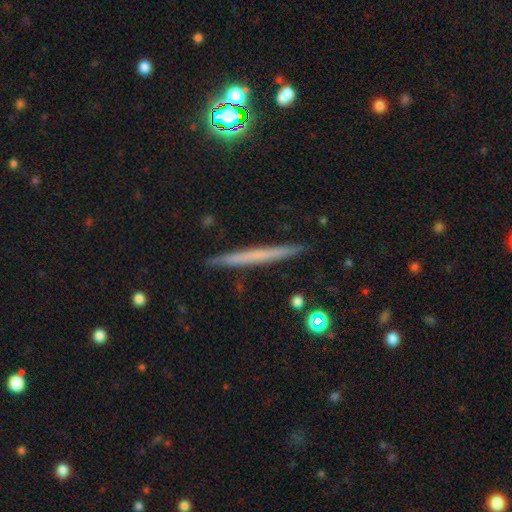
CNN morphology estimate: Smooth or featured? smooth (46%)
Merging? none (91%)